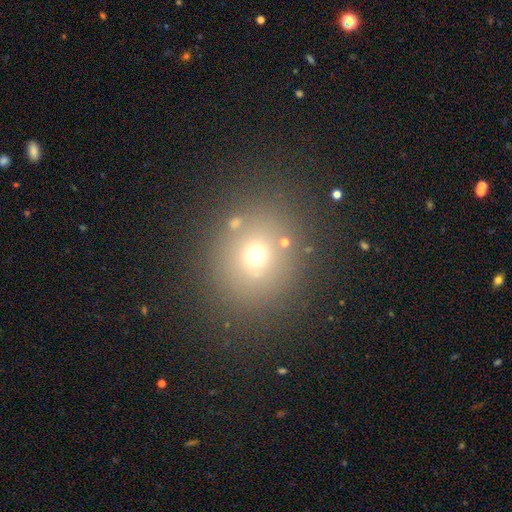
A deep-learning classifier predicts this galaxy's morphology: Smooth or featured?
  - smooth: 63% *
  - star or artifact: 25%
  - featured or disk: 12%
How rounded?
  - round: 77% *
  - in between: 22%
  - cigar-shaped: 1%
Merging?
  - none: 82% *
  - minor disturbance: 9%
  - merger: 5%
  - major disturbance: 4%